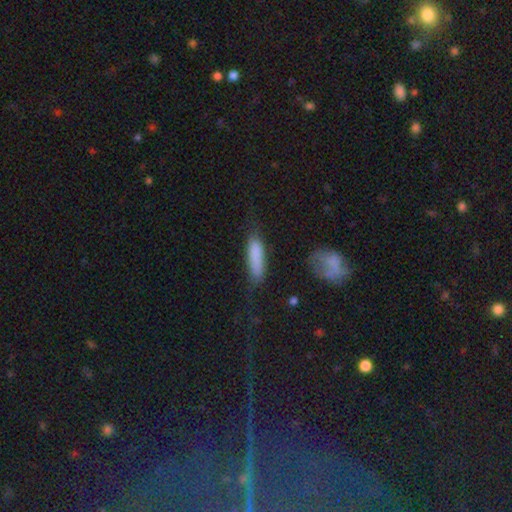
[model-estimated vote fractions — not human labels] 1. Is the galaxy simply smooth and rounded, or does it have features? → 82% smooth, 11% featured or disk, 7% star or artifact.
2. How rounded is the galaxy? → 70% cigar-shaped, 28% in between, 2% round.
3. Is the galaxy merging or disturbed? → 67% none, 22% minor disturbance, 8% major disturbance, 3% merger.